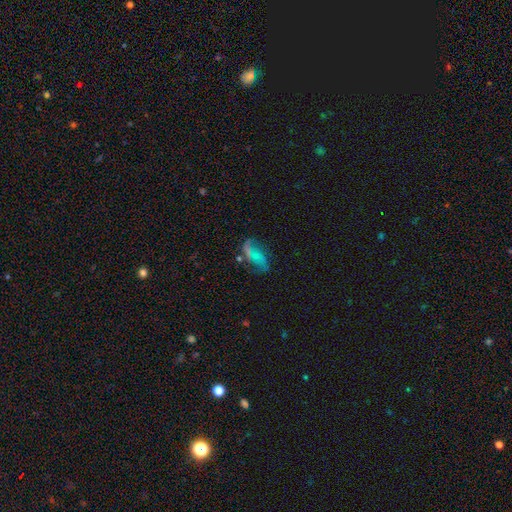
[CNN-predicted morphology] Smooth or featured: featured or disk — 64% (smooth — 25%)
Edge-on disk: no — 96% (yes — 4%)
Bar: no — 53% (weak — 35%)
Spiral arms: yes — 82% (no — 18%)
Spiral winding: loose — 68% (medium — 24%)
Spiral arm count: 2 — 87% (can't tell — 5%)
Bulge size: small — 41% (none — 40%)
Merging: none — 46% (minor disturbance — 23%)